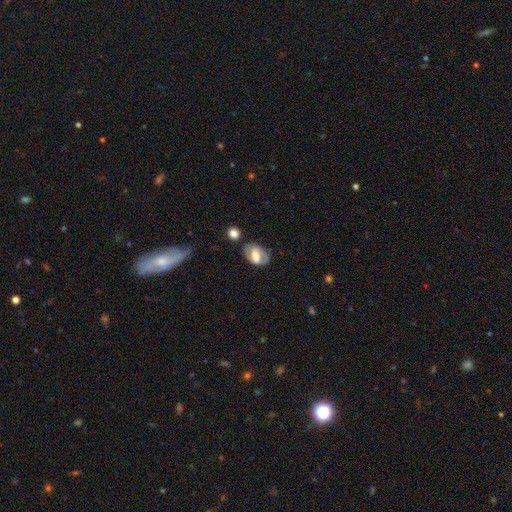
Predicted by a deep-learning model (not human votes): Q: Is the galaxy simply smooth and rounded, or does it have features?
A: featured or disk — 51%.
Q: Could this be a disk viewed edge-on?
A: no — 92%.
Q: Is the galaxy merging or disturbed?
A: none — 70%.